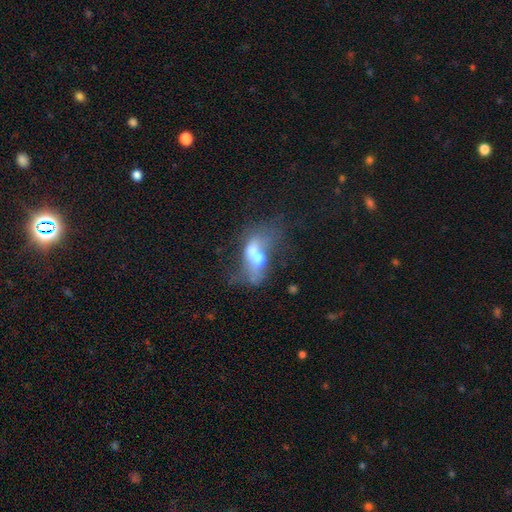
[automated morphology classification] Smooth or featured? Predicted: featured or disk (p=0.53). Edge-on disk? Predicted: no (p=0.92). Merging? Predicted: merger (p=0.43).